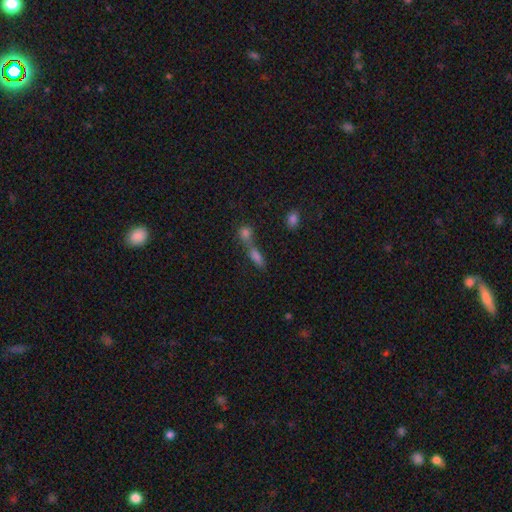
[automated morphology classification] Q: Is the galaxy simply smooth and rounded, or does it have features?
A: smooth — 65%.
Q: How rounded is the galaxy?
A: in between — 45%, tied with cigar-shaped.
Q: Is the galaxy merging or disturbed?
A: merger — 50%.